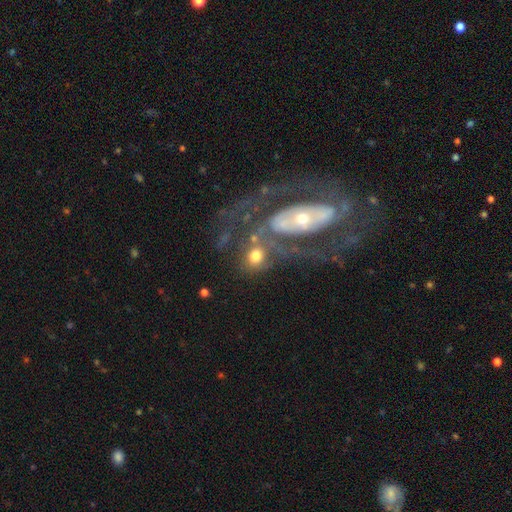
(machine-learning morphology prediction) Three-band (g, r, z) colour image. It shows a smooth galaxy with no disk features (48%). Merging: merger (37%).